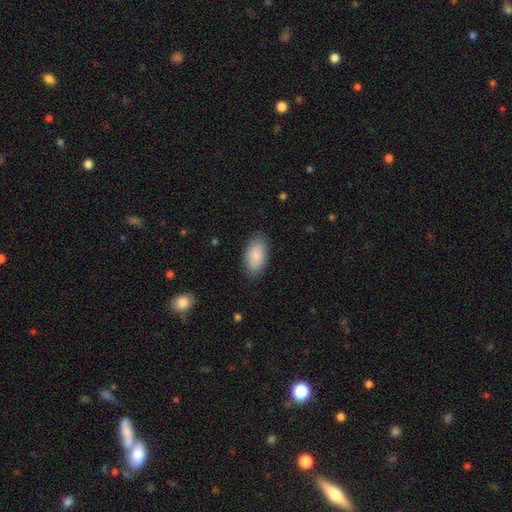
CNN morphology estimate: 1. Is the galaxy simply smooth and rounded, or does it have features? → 86% smooth, 7% featured or disk, 6% star or artifact.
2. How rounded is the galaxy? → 94% in between, 3% cigar-shaped, 3% round.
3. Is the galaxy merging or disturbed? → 86% none, 11% minor disturbance, 3% major disturbance, 1% merger.